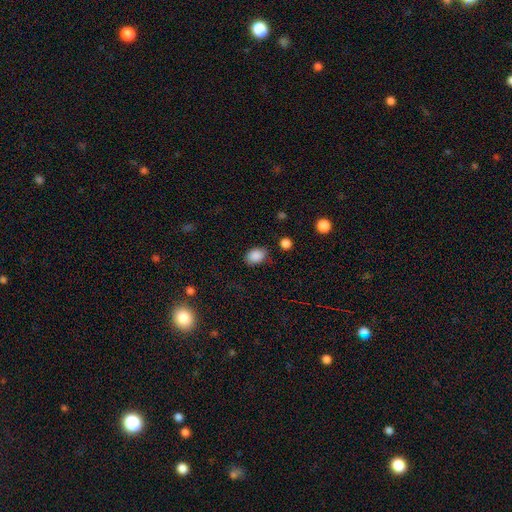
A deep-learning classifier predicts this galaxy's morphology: Smooth or featured?
  - smooth: 87% *
  - star or artifact: 9%
  - featured or disk: 4%
How rounded?
  - in between: 76% *
  - round: 23%
  - cigar-shaped: 1%
Merging?
  - none: 79% *
  - minor disturbance: 14%
  - major disturbance: 4%
  - merger: 3%